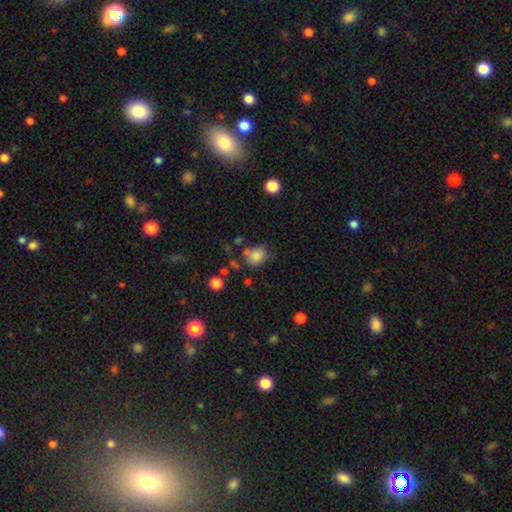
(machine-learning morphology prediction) This is clearly a smooth galaxy (81%). How rounded: possibly round (52%). Merging: likely none (62%).